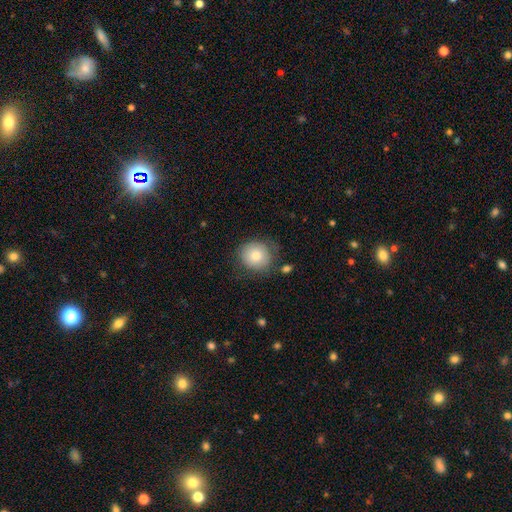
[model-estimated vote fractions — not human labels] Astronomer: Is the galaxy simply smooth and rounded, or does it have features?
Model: smooth — 79%.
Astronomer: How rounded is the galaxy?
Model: round — 86%.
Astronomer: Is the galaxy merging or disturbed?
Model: none — 75%.